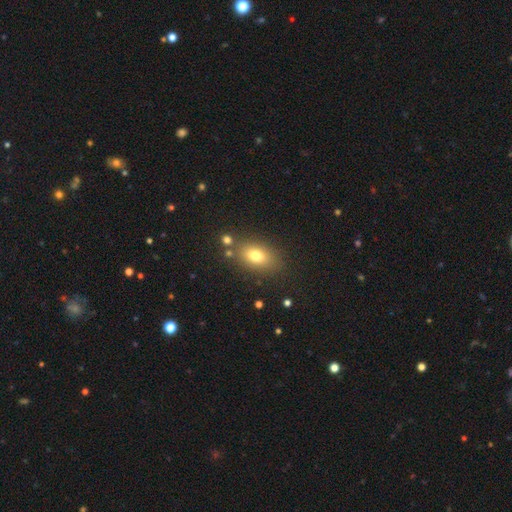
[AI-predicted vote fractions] smooth 76%, featured or disk 13%, star or artifact 11%. Down the decision tree: how rounded — in between (82%); merging — none (77%).